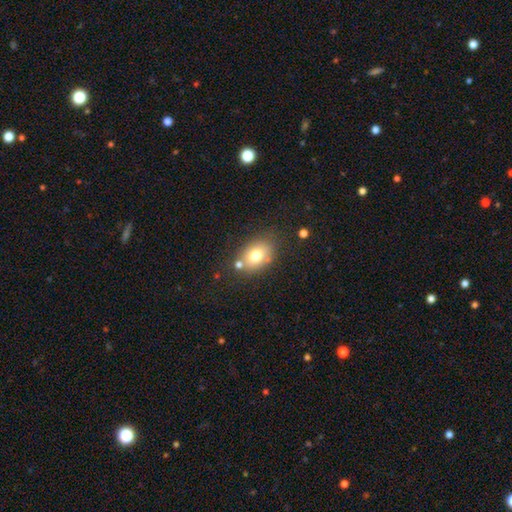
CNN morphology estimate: The model was most divided on "how rounded": in between: 73%, round: 26%, cigar-shaped: 1%. More confident: smooth or featured — smooth (75%); merging — none (70%).